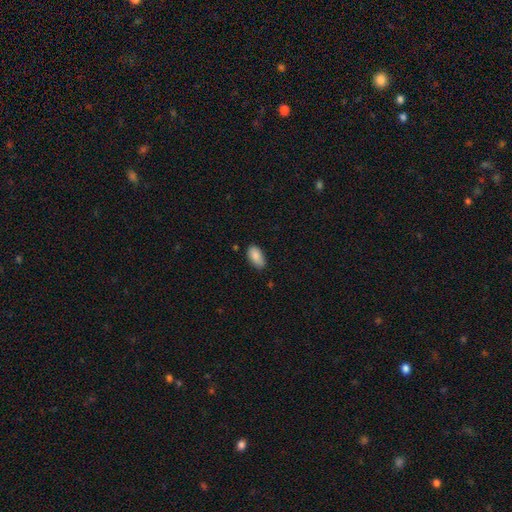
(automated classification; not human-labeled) Smooth or featured: smooth — 88% (star or artifact — 7%)
How rounded: in between — 94% (cigar-shaped — 4%)
Merging: none — 75% (minor disturbance — 20%)